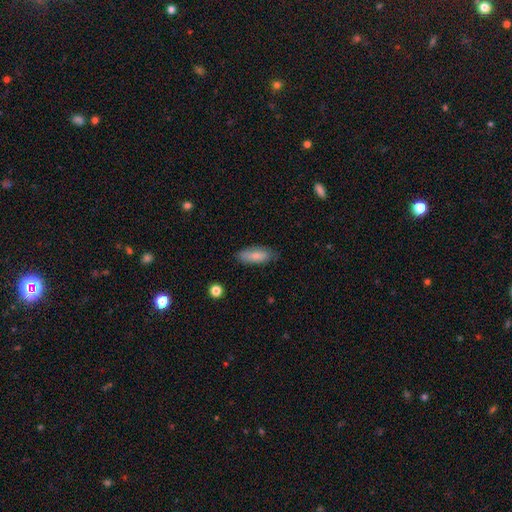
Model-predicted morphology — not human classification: Q: Smooth or featured?
A: smooth (80%); runner-up: featured or disk (14%)
Q: How rounded?
A: in between (72%); runner-up: cigar-shaped (26%)
Q: Merging?
A: none (78%); runner-up: minor disturbance (17%)